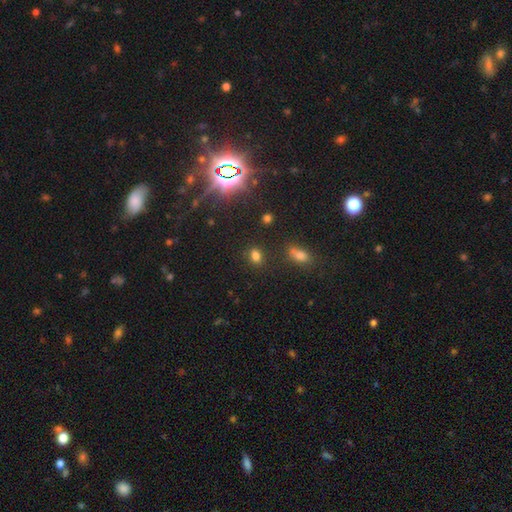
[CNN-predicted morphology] smooth_or_featured: smooth (p=0.75) [alt: star or artifact p=0.18]
how_rounded: in between (p=0.62) [alt: round p=0.36]
merging: none (p=0.77) [alt: minor disturbance p=0.12]